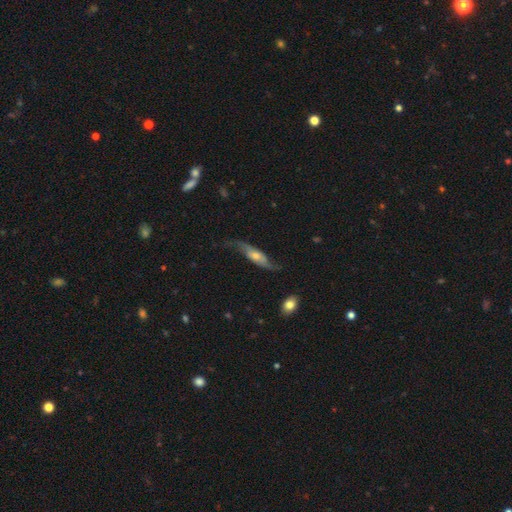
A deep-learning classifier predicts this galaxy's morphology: smooth-or-featured: featured or disk: 68% | smooth: 26% | star or artifact: 6%
  disk-edge-on: no: 69% | yes: 31%
  merging: none: 59% | minor disturbance: 24% | major disturbance: 15% | merger: 2%